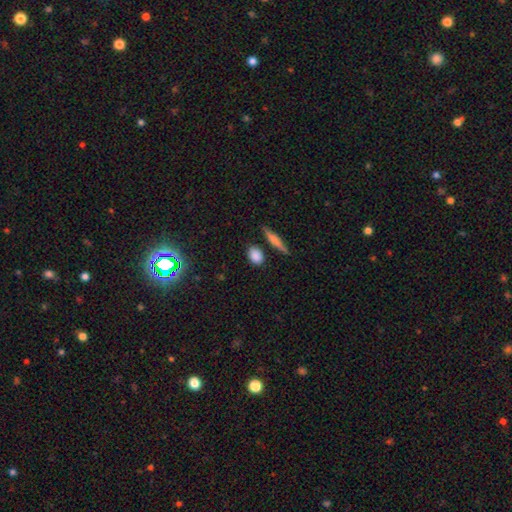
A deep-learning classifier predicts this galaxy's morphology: A smooth galaxy with no disk features (85%) that is in between round and cigar-shaped (65%). Merging: none (81%).